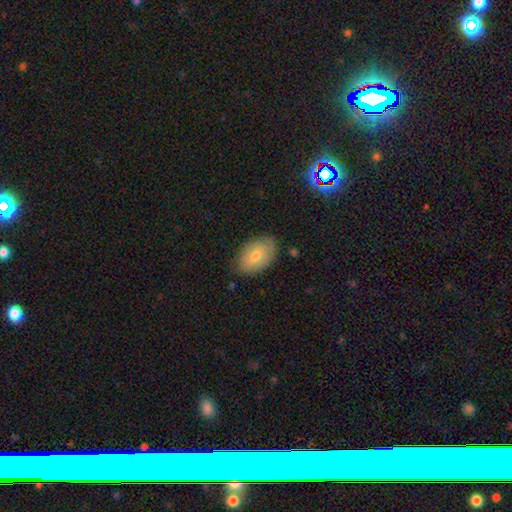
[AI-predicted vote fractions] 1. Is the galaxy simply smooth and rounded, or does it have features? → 68% smooth, 23% featured or disk, 9% star or artifact.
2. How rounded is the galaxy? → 89% in between, 9% round, 2% cigar-shaped.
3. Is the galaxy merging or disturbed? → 78% none, 18% minor disturbance, 3% major disturbance, 1% merger.